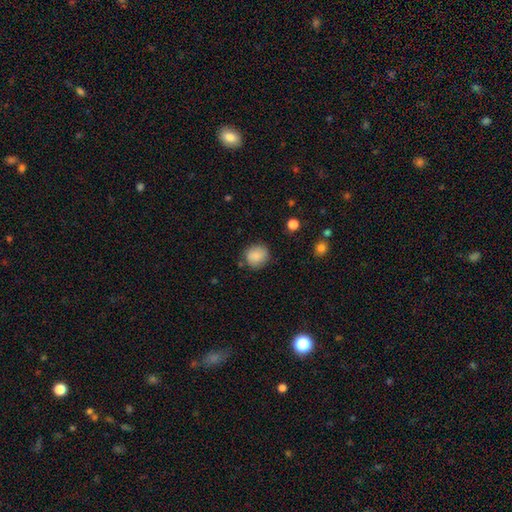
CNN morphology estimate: Smooth or featured? smooth (86%)
How rounded? round (83%)
Merging? none (80%)